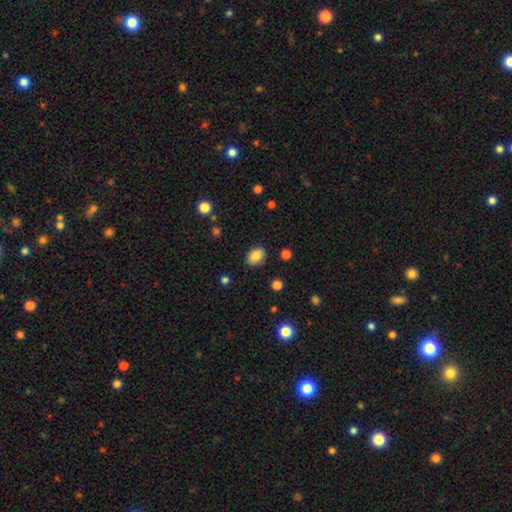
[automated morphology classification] Smooth or featured: smooth — 84% (star or artifact — 9%)
How rounded: in between — 63% (round — 36%)
Merging: none — 86% (minor disturbance — 10%)